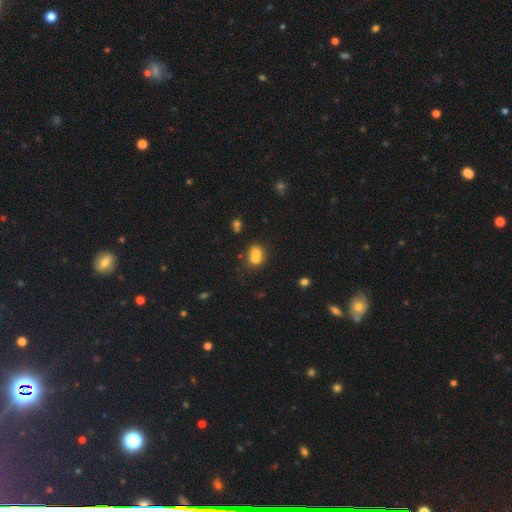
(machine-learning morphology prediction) smooth_or_featured: smooth (p=0.70) [alt: featured or disk p=0.18]
how_rounded: round (p=0.54) [alt: in between p=0.44]
merging: merger (p=0.57) [alt: none p=0.30]